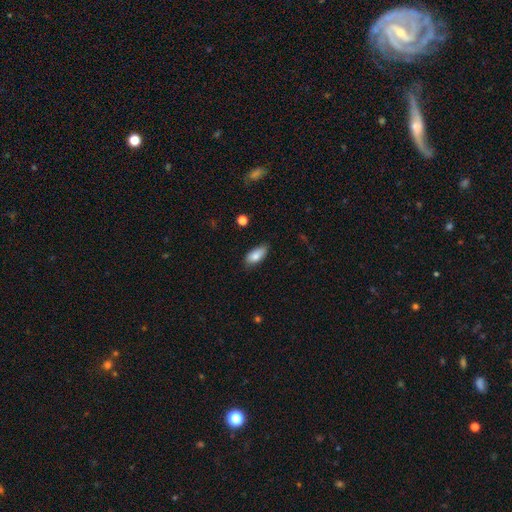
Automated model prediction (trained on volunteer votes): Smooth or featured: smooth — 84% (featured or disk — 9%)
How rounded: in between — 86% (cigar-shaped — 11%)
Merging: none — 73% (minor disturbance — 23%)